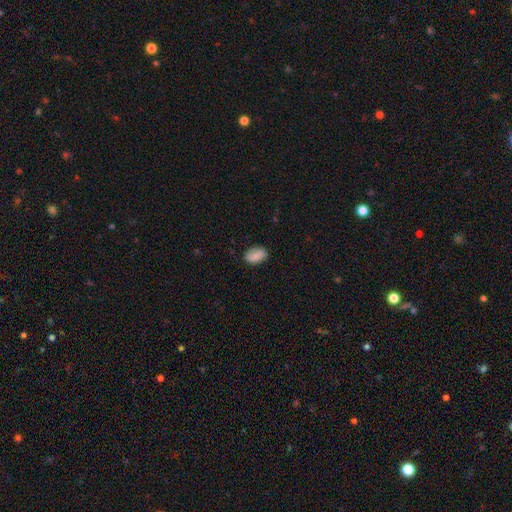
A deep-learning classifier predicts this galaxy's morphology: smooth 86%, star or artifact 7%, featured or disk 6%. Down the decision tree: how rounded — in between (90%); merging — none (83%).